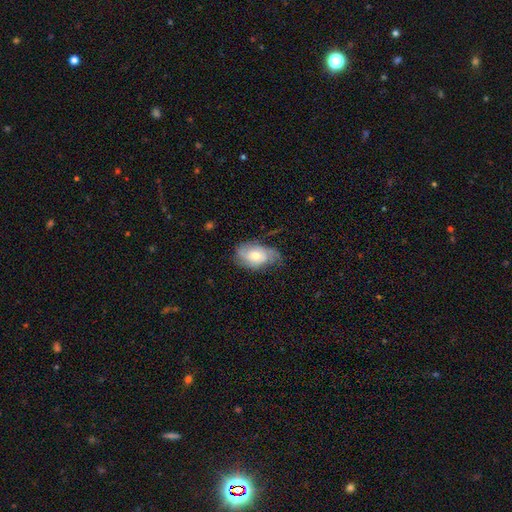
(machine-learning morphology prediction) featured or disk 48%, smooth 44%, star or artifact 7%. Down the decision tree: merging — none (58%).